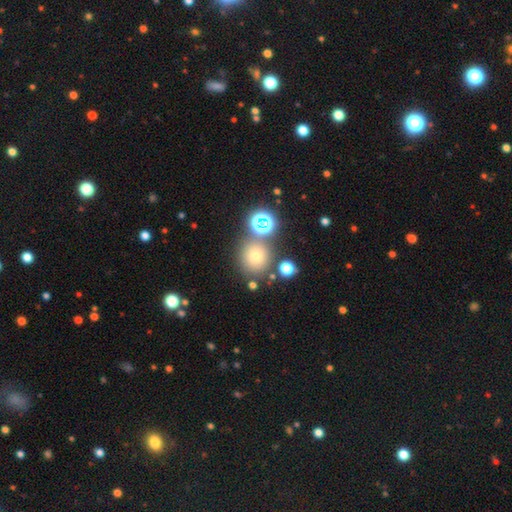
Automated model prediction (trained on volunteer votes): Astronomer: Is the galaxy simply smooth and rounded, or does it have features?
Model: smooth — 56% (runner-up: star or artifact, 32%).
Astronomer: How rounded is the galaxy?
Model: round — 91%.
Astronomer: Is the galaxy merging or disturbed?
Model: none — 75%.